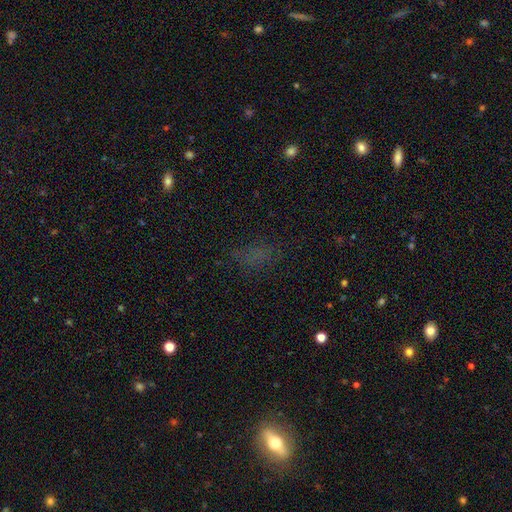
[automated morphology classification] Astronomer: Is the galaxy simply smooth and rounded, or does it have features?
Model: smooth — 58%.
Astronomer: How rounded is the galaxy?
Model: in between — 75%.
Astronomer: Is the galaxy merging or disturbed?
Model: none — 70%.